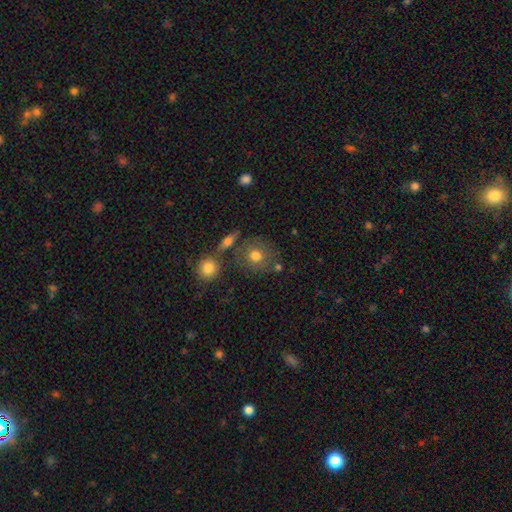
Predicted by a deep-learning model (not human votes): Smooth or featured: smooth — 70% (featured or disk — 19%)
How rounded: round — 84% (in between — 14%)
Merging: none — 69% (merger — 13%)